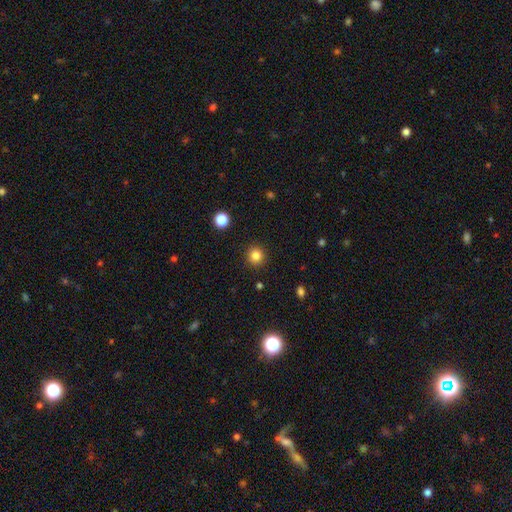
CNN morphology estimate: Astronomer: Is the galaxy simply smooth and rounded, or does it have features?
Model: smooth — 83%.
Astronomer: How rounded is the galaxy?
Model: round — 93%.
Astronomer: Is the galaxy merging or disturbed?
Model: none — 91%.